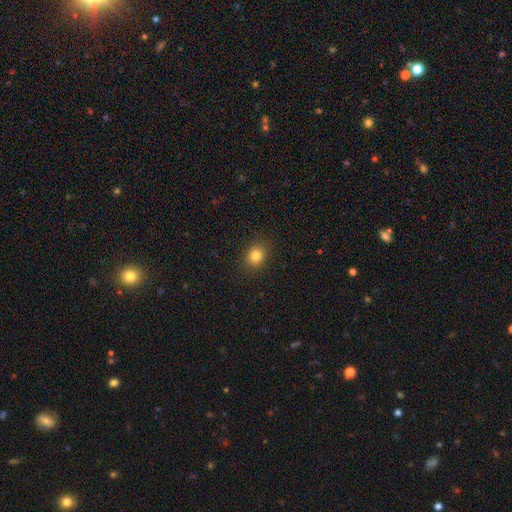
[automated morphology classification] This is clearly a smooth galaxy (82%). How rounded: likely round (62%). Merging: clearly none (89%).